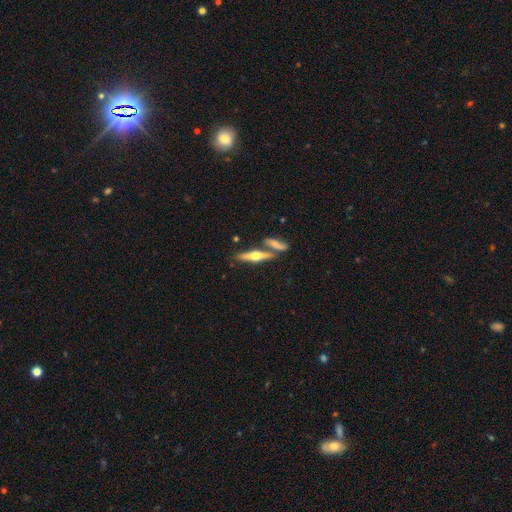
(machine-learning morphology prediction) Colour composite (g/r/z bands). It shows a featured or disk galaxy (65%) viewed edge-on (96%) with a rounded central bulge (94%). Merging: none (67%).